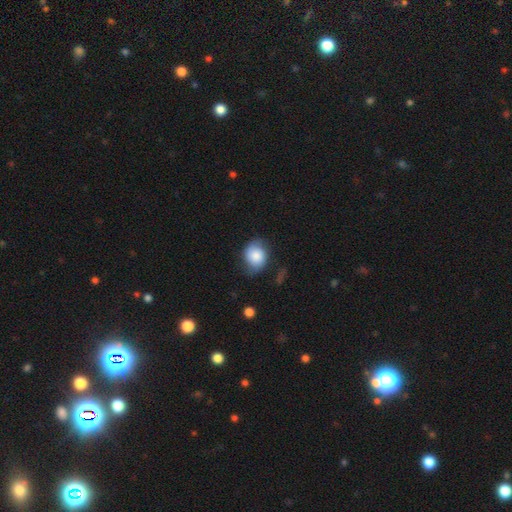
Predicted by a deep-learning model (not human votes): A smooth galaxy with no disk features (77%) that is round (52%).

Vote fractions:
- Smooth or featured? smooth: 77% / featured or disk: 15% / star or artifact: 8%
- How rounded? round: 52% / in between: 47% / cigar-shaped: 1%
- Merging? none: 60% / minor disturbance: 29% / major disturbance: 9% / merger: 2%